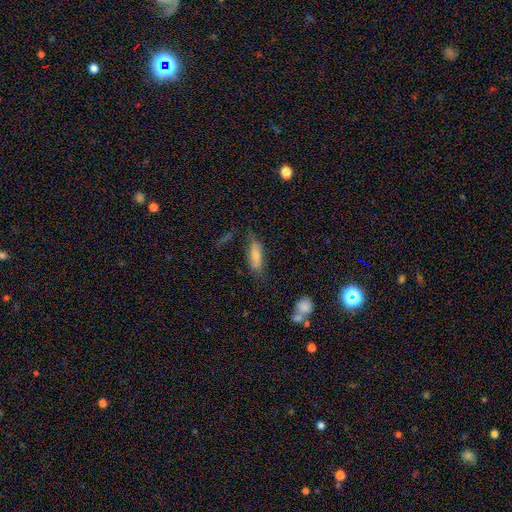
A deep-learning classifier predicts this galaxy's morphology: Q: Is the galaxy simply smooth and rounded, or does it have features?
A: smooth — 70%.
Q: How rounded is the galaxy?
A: in between — 68%.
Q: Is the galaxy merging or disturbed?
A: none — 55%.